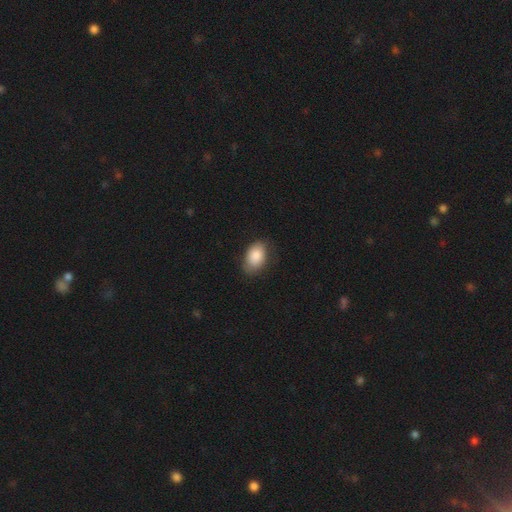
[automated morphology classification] Smooth or featured?
  - smooth: 86% *
  - star or artifact: 7%
  - featured or disk: 7%
How rounded?
  - in between: 88% *
  - round: 10%
  - cigar-shaped: 1%
Merging?
  - none: 75% *
  - minor disturbance: 19%
  - major disturbance: 4%
  - merger: 1%